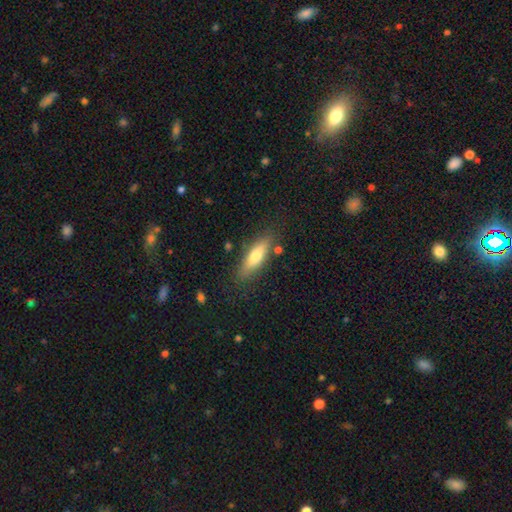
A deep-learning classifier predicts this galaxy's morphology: Smooth or featured?
  - smooth: 66% *
  - featured or disk: 27%
  - star or artifact: 7%
How rounded?
  - cigar-shaped: 50% *
  - in between: 47%
  - round: 2%
Merging?
  - none: 81% *
  - minor disturbance: 13%
  - merger: 3%
  - major disturbance: 3%